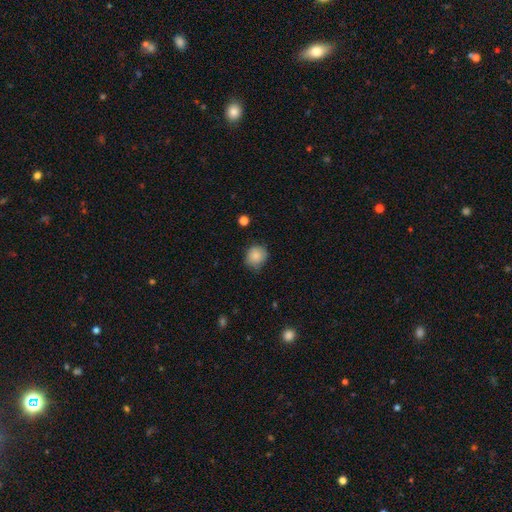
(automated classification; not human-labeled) Morphology: type=smooth (86%); roundness=round (84%); merging=none (75%).